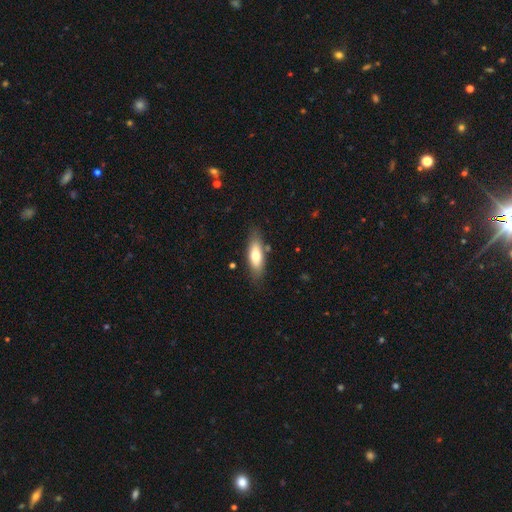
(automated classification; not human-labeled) This appears to be a smooth galaxy with no disk features (68%) that is in between round and cigar-shaped (62%). Merging: none (80%).